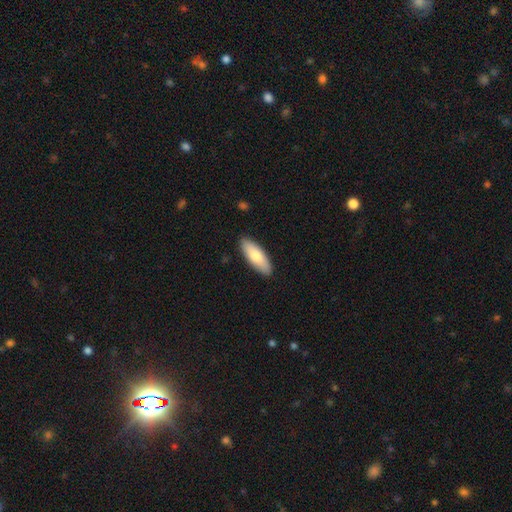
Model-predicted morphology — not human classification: A smooth galaxy with no disk features (78%) that is in between round and cigar-shaped (68%).

Vote fractions:
- Smooth or featured? smooth: 78% / featured or disk: 17% / star or artifact: 5%
- How rounded? in between: 68% / cigar-shaped: 30% / round: 2%
- Merging? none: 89% / minor disturbance: 8% / major disturbance: 2% / merger: 1%